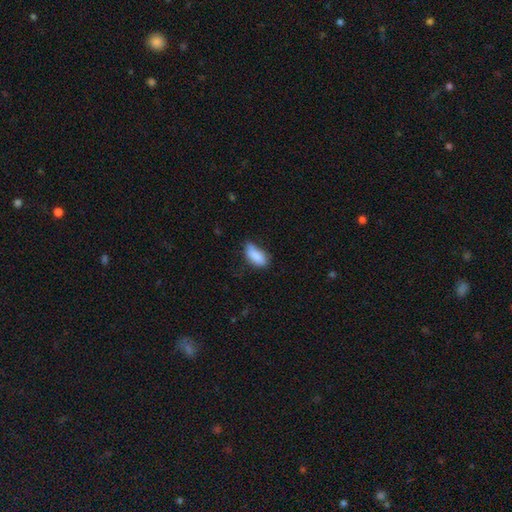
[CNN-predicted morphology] A smooth galaxy with no disk features (86%) that is in between round and cigar-shaped (87%). Merging: none (49%).